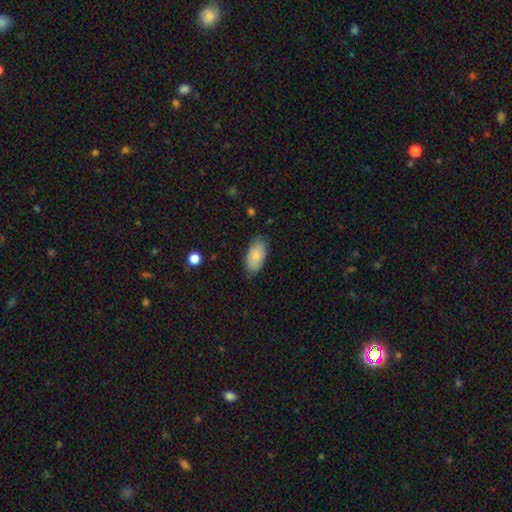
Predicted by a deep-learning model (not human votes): smooth-or-featured: smooth: 84% | featured or disk: 10% | star or artifact: 6%
  how-rounded: in between: 94% | cigar-shaped: 3% | round: 3%
  merging: none: 76% | minor disturbance: 19% | major disturbance: 3% | merger: 1%